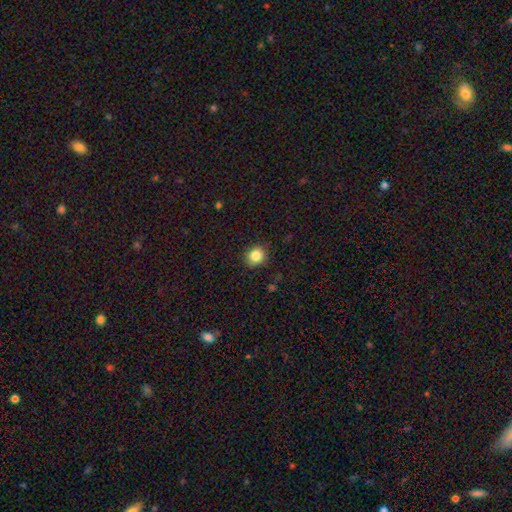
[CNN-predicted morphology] The model was most divided on "how rounded": round: 83%, in between: 16%, cigar-shaped: 1%. More confident: merging — none (88%); smooth or featured — smooth (85%).